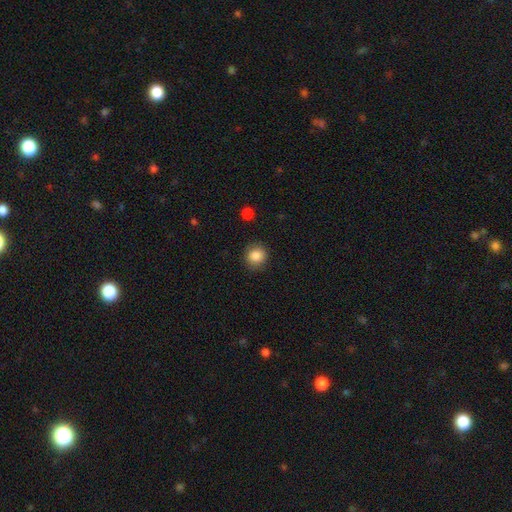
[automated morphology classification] Q: Smooth or featured?
A: smooth (87%); runner-up: star or artifact (9%)
Q: How rounded?
A: round (88%); runner-up: in between (11%)
Q: Merging?
A: none (88%); runner-up: minor disturbance (8%)